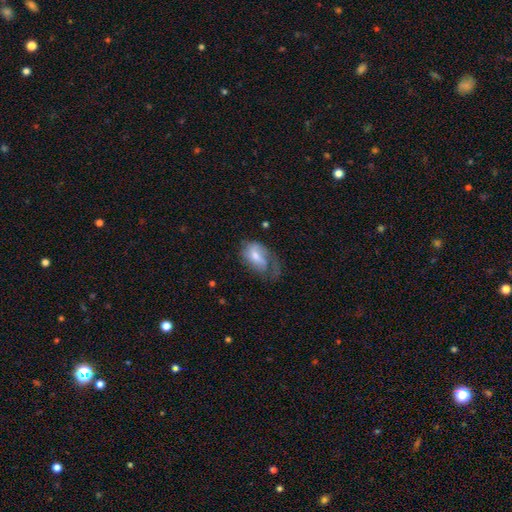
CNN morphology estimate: Smooth or featured? featured or disk (50%)
Edge-on disk? no (94%)
Merging? major disturbance (37%)